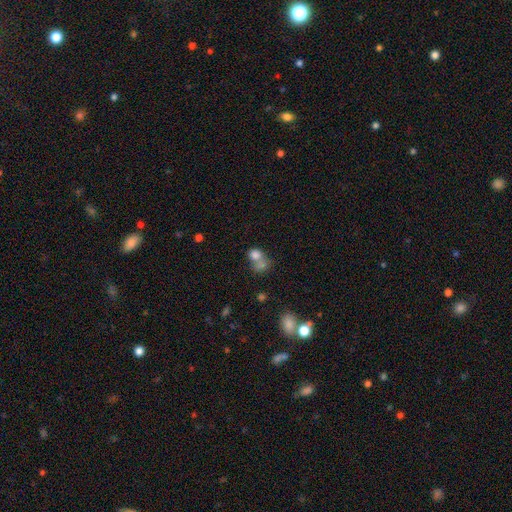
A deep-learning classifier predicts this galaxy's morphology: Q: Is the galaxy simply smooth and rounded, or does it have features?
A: smooth — 76%.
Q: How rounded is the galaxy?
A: round — 55%.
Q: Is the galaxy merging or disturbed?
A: merger — 57%.